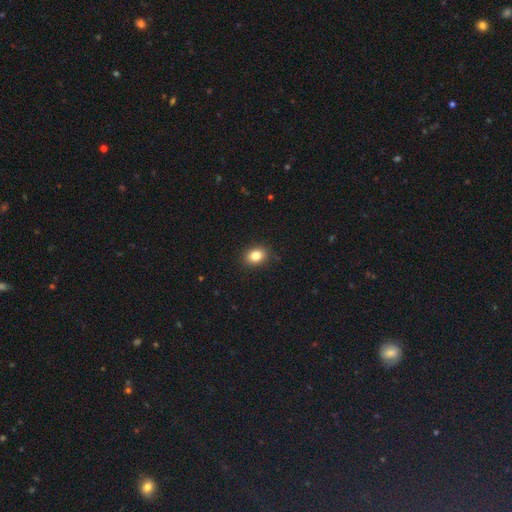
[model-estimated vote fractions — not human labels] smooth-or-featured: smooth: 84% | star or artifact: 10% | featured or disk: 6%
  how-rounded: in between: 61% | round: 38% | cigar-shaped: 1%
  merging: none: 88% | minor disturbance: 9% | major disturbance: 2% | merger: 1%